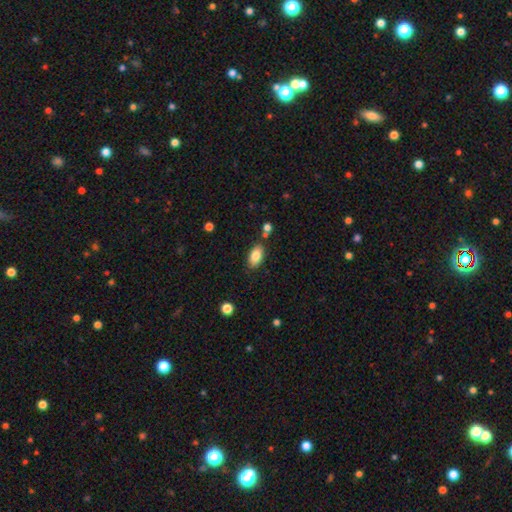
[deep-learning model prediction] smooth 84%, featured or disk 9%, star or artifact 8%. Down the decision tree: how rounded — in between (91%); merging — none (80%).